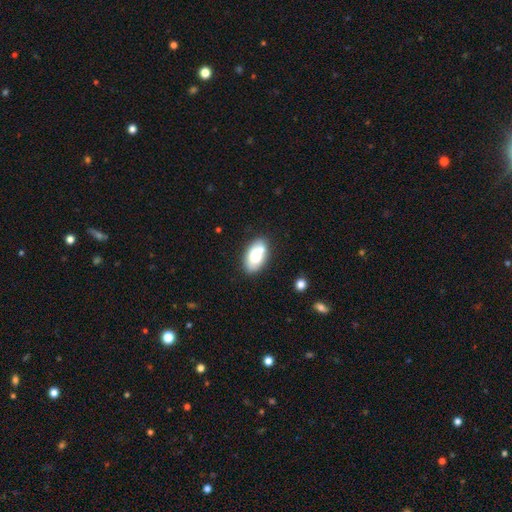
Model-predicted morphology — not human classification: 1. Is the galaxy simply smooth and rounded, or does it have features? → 69% smooth, 23% featured or disk, 8% star or artifact.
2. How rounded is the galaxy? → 90% in between, 8% round, 2% cigar-shaped.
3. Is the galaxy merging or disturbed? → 66% none, 16% merger, 14% minor disturbance, 4% major disturbance.